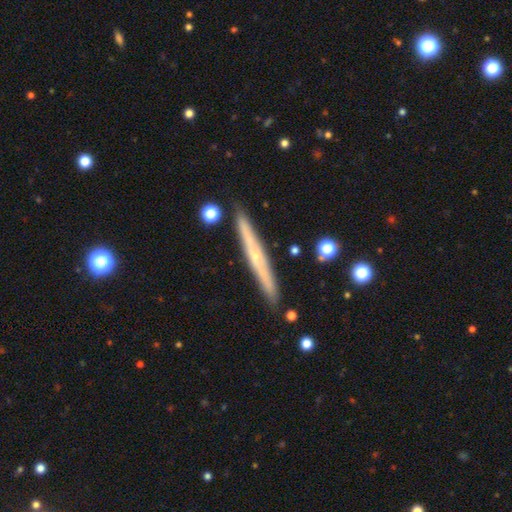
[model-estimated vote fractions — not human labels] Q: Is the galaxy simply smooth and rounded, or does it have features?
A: featured or disk — 64%.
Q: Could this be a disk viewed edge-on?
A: yes — 96%.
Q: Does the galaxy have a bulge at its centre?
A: rounded — 54%.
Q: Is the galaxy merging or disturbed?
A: none — 89%.